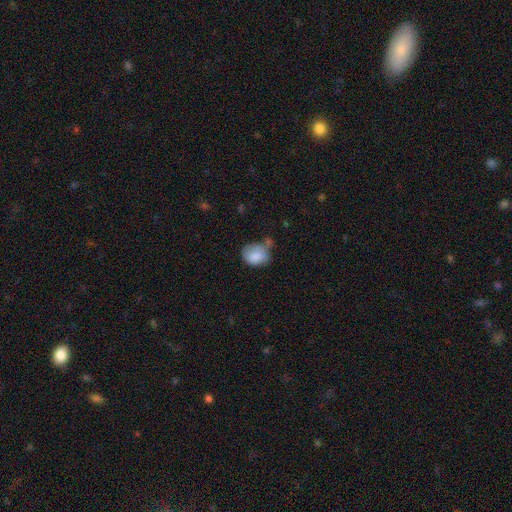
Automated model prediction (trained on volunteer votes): Smooth or featured: smooth — 83% (featured or disk — 10%)
How rounded: in between — 51% (round — 48%)
Merging: none — 39% (minor disturbance — 33%)